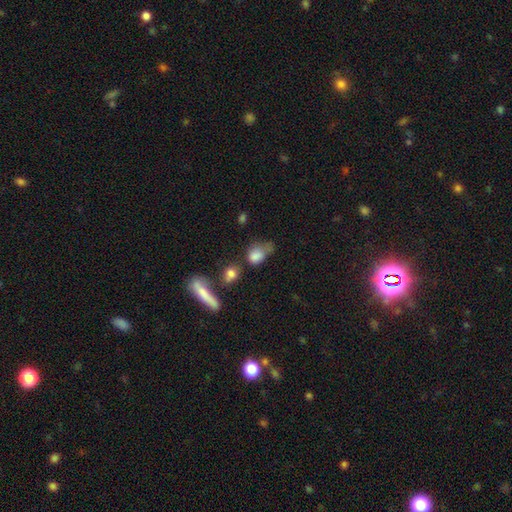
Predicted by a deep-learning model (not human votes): The model was most divided on "merging": minor disturbance: 32%, none: 28%, major disturbance: 25%, merger: 16%. More confident: smooth or featured — smooth (77%); how rounded — in between (66%).